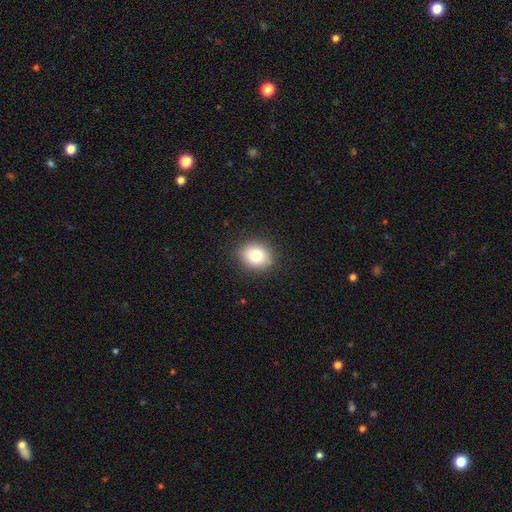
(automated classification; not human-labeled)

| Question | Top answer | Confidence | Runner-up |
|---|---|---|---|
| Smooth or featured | smooth | 79% | featured or disk (11%) |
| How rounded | round | 62% | in between (37%) |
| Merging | none | 89% | minor disturbance (8%) |